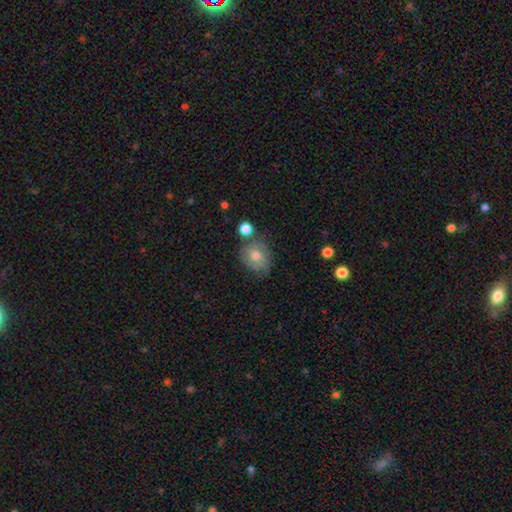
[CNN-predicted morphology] Overall: featured or disk (55%; smooth 35%). Edge-on disk: no (97%). Bar: no (73%). Spiral arms: yes (84%). Bulge size: moderate (69%). Merging: none (69%).